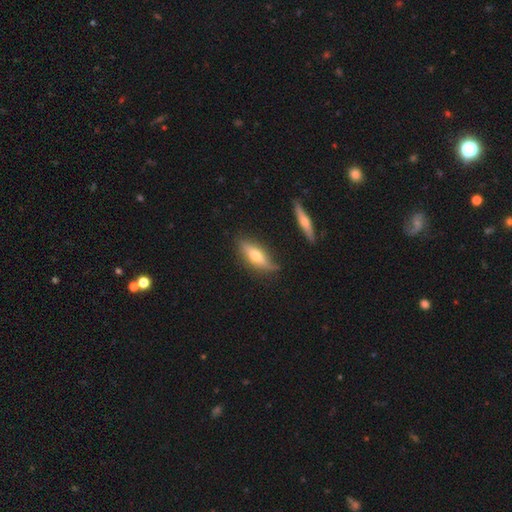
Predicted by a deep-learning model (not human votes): This is possibly a featured or disk galaxy (47%). Merging: likely none (74%).